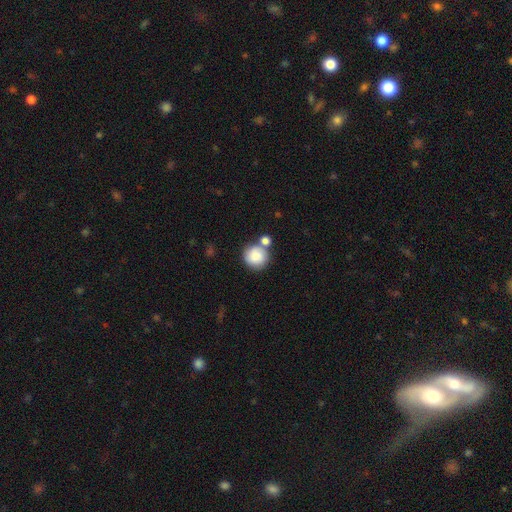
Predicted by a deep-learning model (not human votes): smooth 85%, star or artifact 8%, featured or disk 7%. Down the decision tree: how rounded — round (91%); merging — none (56%).